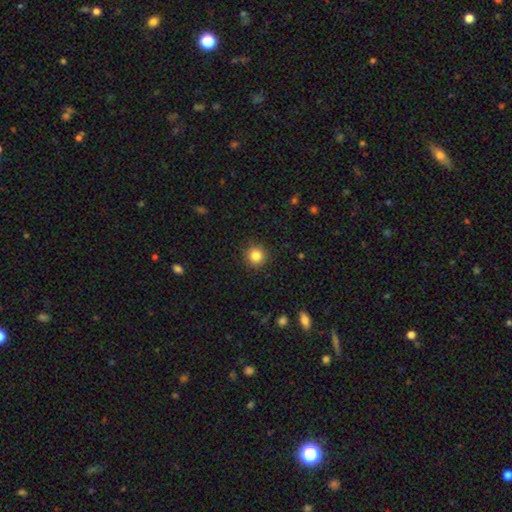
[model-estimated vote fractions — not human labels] Smooth or featured?
  - smooth: 85% *
  - star or artifact: 11%
  - featured or disk: 5%
How rounded?
  - round: 94% *
  - in between: 5%
  - cigar-shaped: 1%
Merging?
  - none: 91% *
  - minor disturbance: 6%
  - major disturbance: 2%
  - merger: 1%